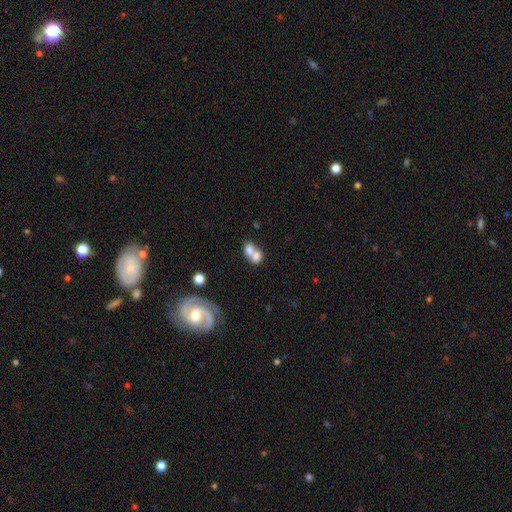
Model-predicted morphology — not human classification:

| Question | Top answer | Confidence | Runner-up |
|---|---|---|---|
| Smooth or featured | smooth | 69% | featured or disk (22%) |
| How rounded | in between | 66% | round (32%) |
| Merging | merger | 66% | none (22%) |